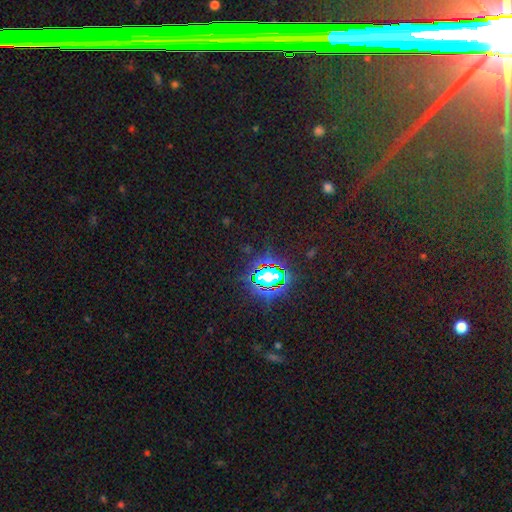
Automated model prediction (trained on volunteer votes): This appears to be a star or artifact, not a galaxy (81%).